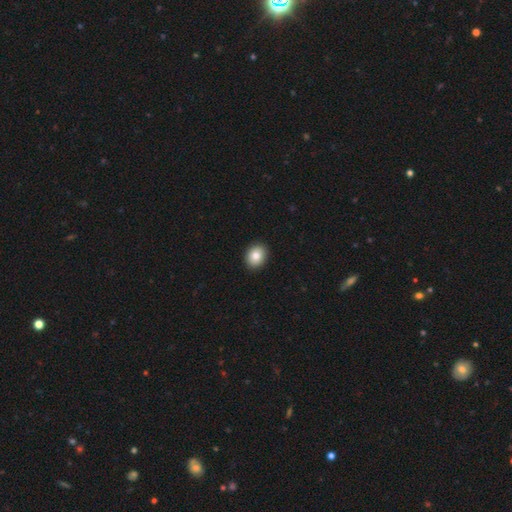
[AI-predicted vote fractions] smooth 83%, star or artifact 9%, featured or disk 8%. Down the decision tree: how rounded — round (51%); merging — none (92%).